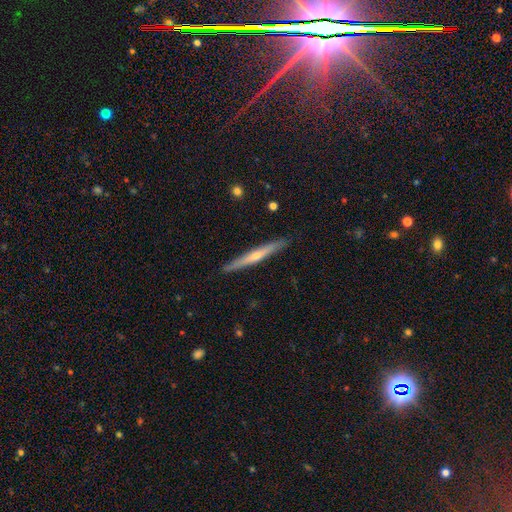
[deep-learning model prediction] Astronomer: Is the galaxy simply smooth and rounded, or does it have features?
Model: featured or disk — 61%.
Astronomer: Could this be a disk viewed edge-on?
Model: yes — 97%.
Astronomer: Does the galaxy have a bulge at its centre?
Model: rounded — 68%.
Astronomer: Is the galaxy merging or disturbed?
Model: none — 90%.